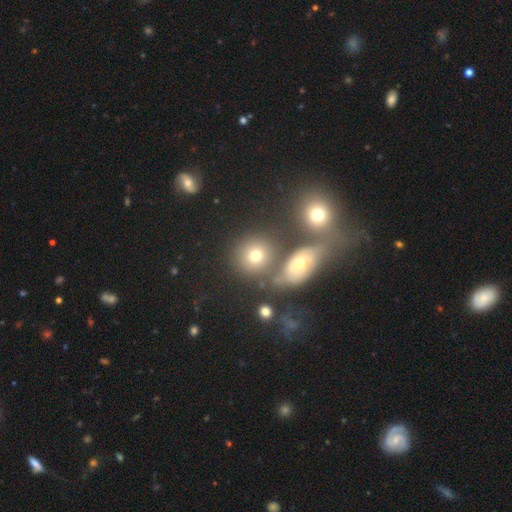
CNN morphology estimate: type=smooth (71%); roundness=round (80%); merging=none (61%).